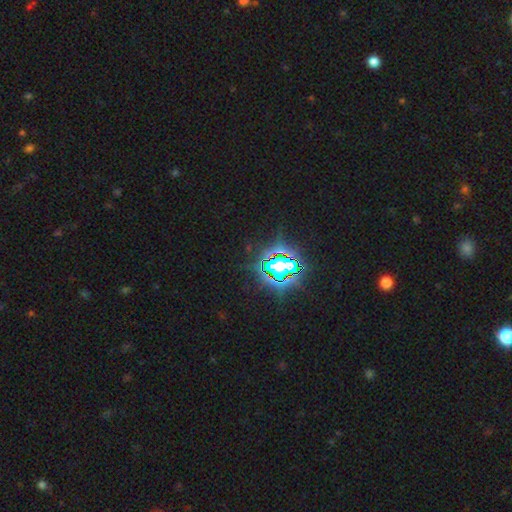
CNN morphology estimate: Smooth or featured? Predicted: star or artifact (p=0.82).